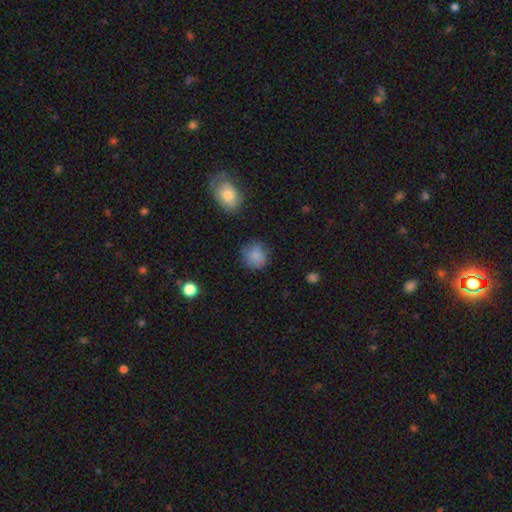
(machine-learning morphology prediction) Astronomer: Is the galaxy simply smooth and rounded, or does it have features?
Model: smooth — 84%.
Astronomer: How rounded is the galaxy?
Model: round — 85%.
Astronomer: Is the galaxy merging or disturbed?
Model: none — 75%.